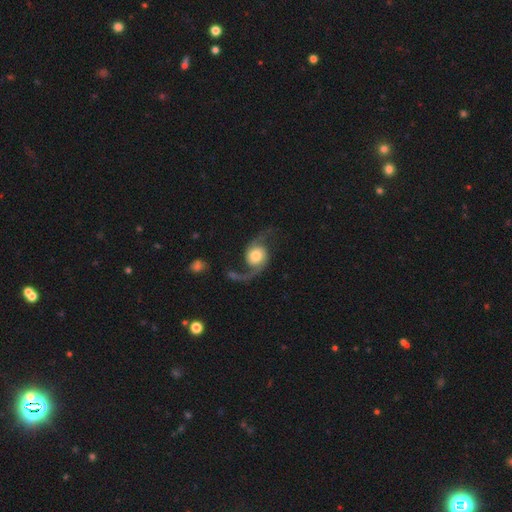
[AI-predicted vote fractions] The model was most divided on "bulge size": moderate: 42%, large: 37%, dominant: 10%, small: 9%, none: 3%. More confident: edge-on disk — no (97%); spiral arms — yes (96%); spiral arm count — 2 (89%); smooth or featured — featured or disk (84%); spiral winding — loose (78%); bar — no (71%); merging — none (61%).